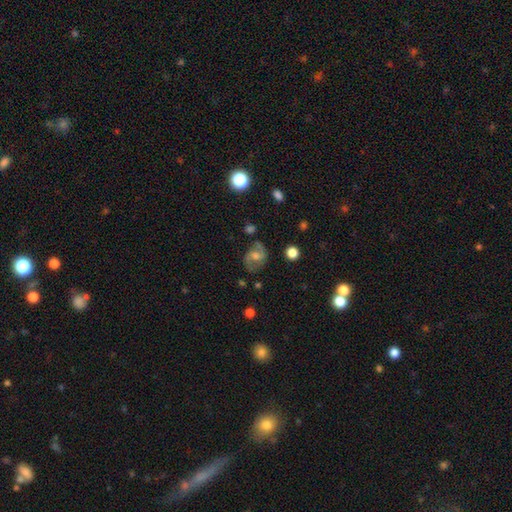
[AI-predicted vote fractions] Smooth or featured?
  - featured or disk: 63% *
  - smooth: 26%
  - star or artifact: 10%
Edge-on disk?
  - no: 97% *
  - yes: 3%
Bar?
  - weak: 44% *
  - no: 42%
  - strong: 14%
Spiral arms?
  - yes: 85% *
  - no: 15%
Spiral winding?
  - medium: 48% *
  - loose: 34%
  - tight: 18%
Spiral arm count?
  - 2: 86% *
  - can't tell: 7%
  - 1: 3%
  - 3: 1%
  - 4: 1%
  - more than 4: 1%
Bulge size?
  - moderate: 61% *
  - small: 27%
  - large: 7%
  - none: 4%
  - dominant: 1%
Merging?
  - none: 68% *
  - minor disturbance: 19%
  - major disturbance: 9%
  - merger: 4%